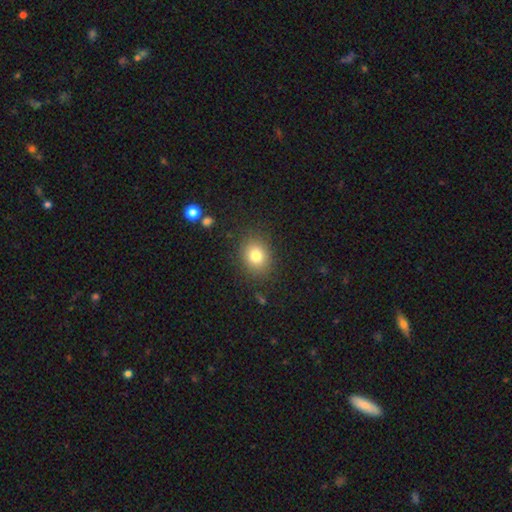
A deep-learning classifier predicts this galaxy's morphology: Smooth or featured? smooth (80%)
How rounded? round (61%)
Merging? none (85%)